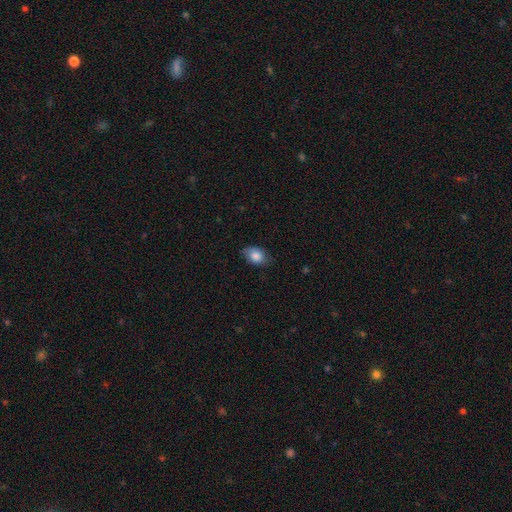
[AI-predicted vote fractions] Smooth or featured?
  - smooth: 83% *
  - featured or disk: 9%
  - star or artifact: 7%
How rounded?
  - in between: 81% *
  - round: 18%
  - cigar-shaped: 1%
Merging?
  - none: 75% *
  - minor disturbance: 20%
  - major disturbance: 4%
  - merger: 1%